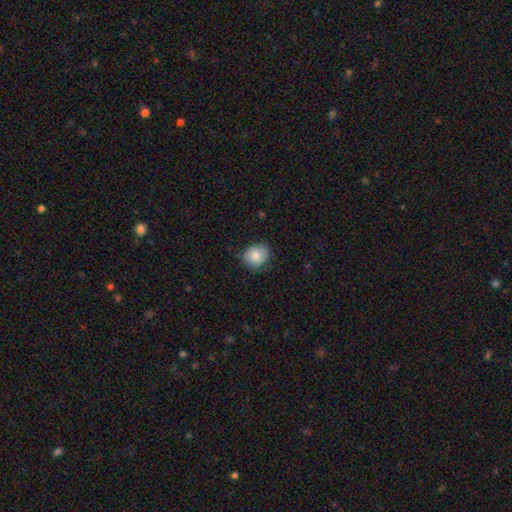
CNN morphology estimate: A smooth galaxy with no disk features (79%) that is round (62%). Merging: none (76%).